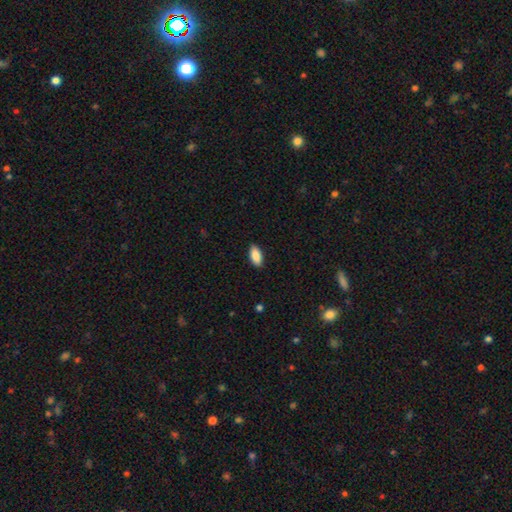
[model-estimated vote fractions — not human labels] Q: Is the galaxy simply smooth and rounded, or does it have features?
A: smooth — 88%.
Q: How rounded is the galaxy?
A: in between — 90%.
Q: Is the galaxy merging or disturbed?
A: none — 88%.